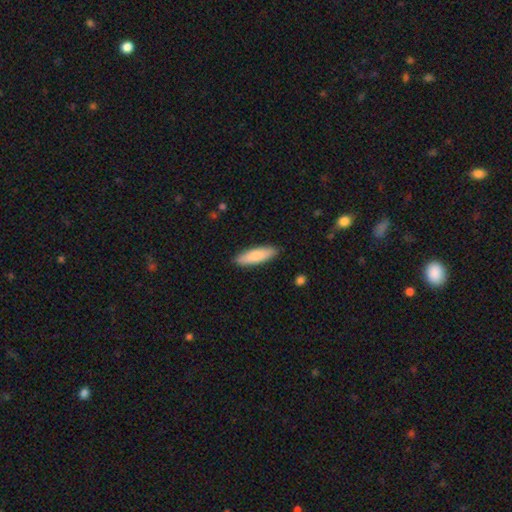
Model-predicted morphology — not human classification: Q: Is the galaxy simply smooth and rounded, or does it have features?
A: smooth — 81%.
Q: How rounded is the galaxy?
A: cigar-shaped — 55%.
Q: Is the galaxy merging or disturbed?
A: none — 89%.